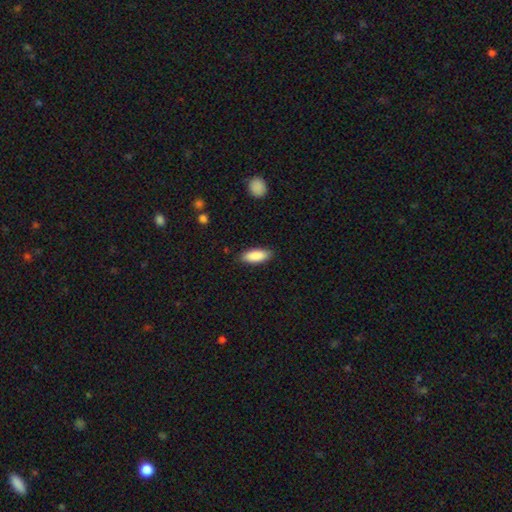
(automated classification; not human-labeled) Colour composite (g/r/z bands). It shows a smooth galaxy with no disk features (88%) that is in between round and cigar-shaped (76%). Merging: none (87%).